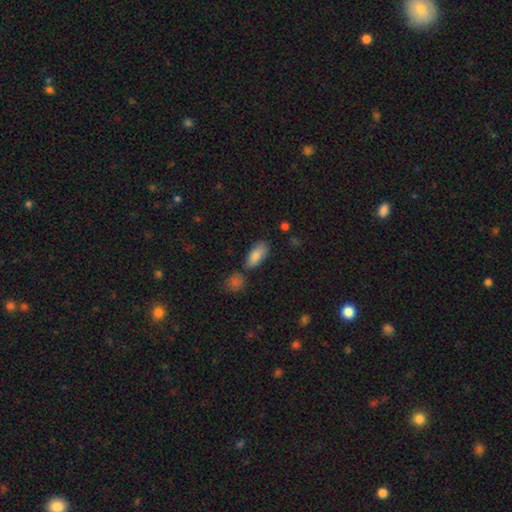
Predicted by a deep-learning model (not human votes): The model was most divided on "merging": none: 73%, minor disturbance: 15%, merger: 8%, major disturbance: 4%. More confident: smooth or featured — smooth (84%); how rounded — in between (84%).